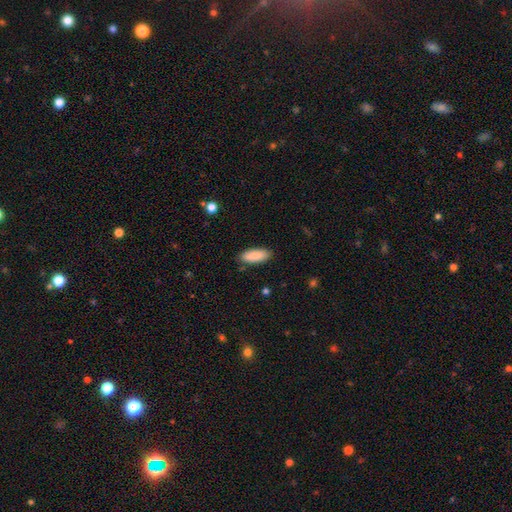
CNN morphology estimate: Q: Smooth or featured?
A: smooth (87%); runner-up: featured or disk (6%)
Q: How rounded?
A: in between (75%); runner-up: cigar-shaped (23%)
Q: Merging?
A: none (85%); runner-up: minor disturbance (11%)